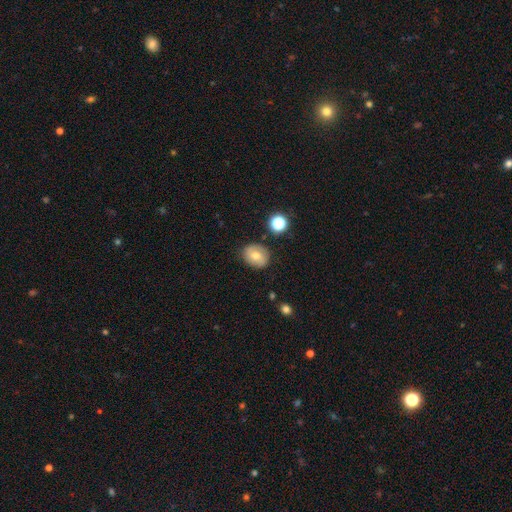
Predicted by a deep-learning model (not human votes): The model was most divided on "how rounded": round: 59%, in between: 40%, cigar-shaped: 1%. More confident: merging — none (81%); smooth or featured — smooth (59%).